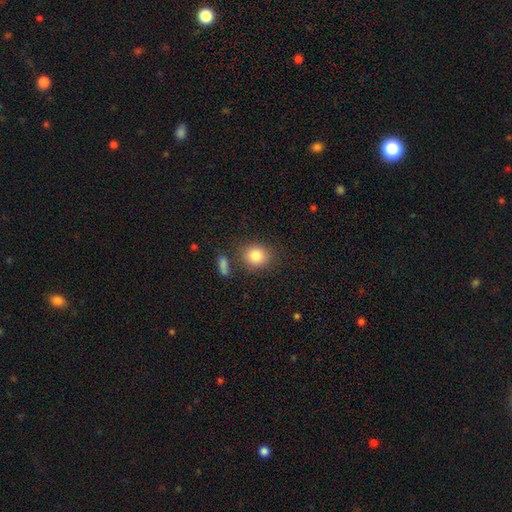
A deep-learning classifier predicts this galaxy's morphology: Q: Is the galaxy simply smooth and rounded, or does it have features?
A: smooth — 85%.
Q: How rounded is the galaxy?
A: round — 76%.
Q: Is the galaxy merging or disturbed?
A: none — 78%.